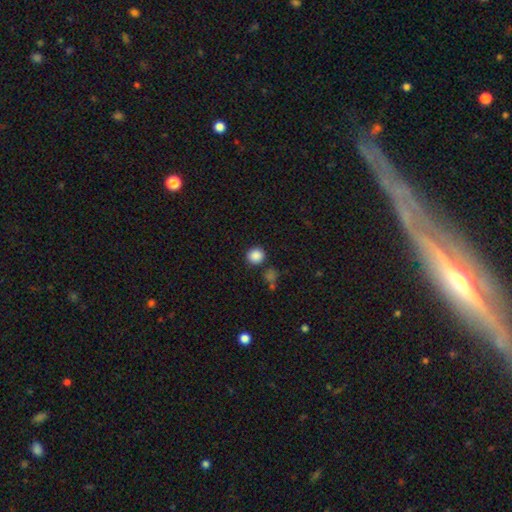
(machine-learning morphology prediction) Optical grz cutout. It shows a smooth galaxy with no disk features (87%) that is round (90%). Merging: none (85%).